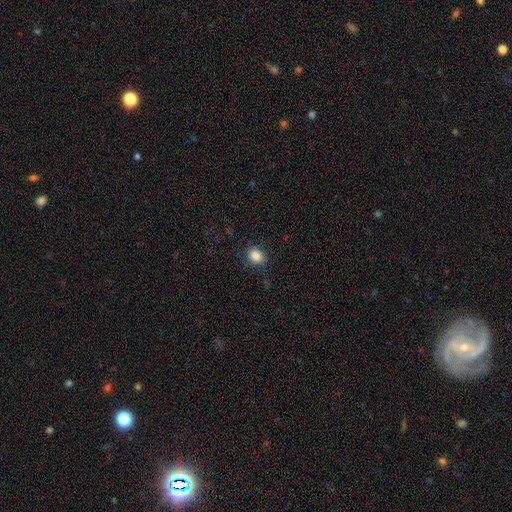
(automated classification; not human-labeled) Q: Smooth or featured?
A: smooth (85%); runner-up: star or artifact (10%)
Q: How rounded?
A: round (58%); runner-up: in between (41%)
Q: Merging?
A: none (86%); runner-up: minor disturbance (10%)